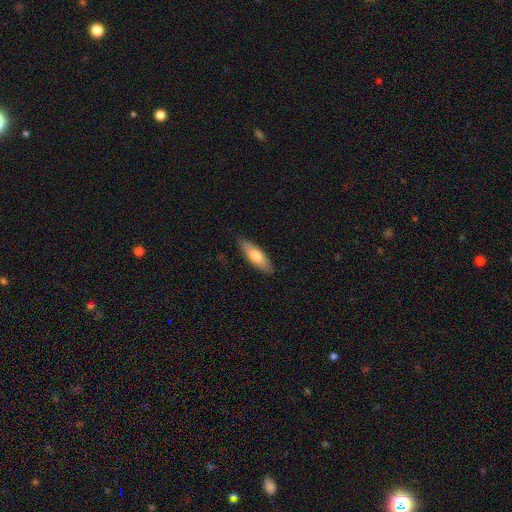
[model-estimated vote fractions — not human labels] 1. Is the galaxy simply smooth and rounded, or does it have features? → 68% smooth, 26% featured or disk, 5% star or artifact.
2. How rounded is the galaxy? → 49% cigar-shaped (tied), 49% in between (tied), 2% round.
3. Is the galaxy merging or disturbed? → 85% none, 12% minor disturbance, 2% major disturbance, 1% merger.